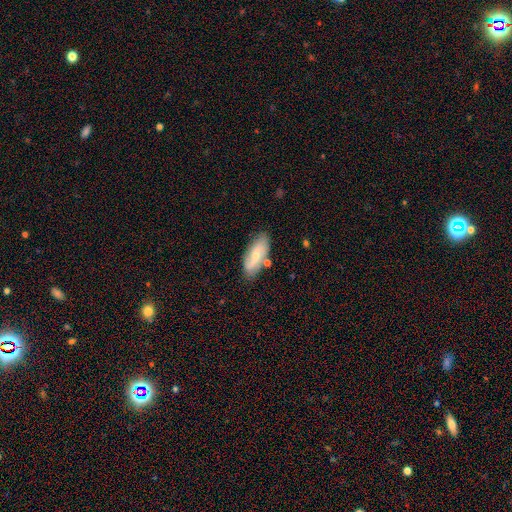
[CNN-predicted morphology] Q: Smooth or featured?
A: featured or disk (52%); runner-up: smooth (41%)
Q: Edge-on disk?
A: no (88%); runner-up: yes (12%)
Q: Merging?
A: none (73%); runner-up: minor disturbance (18%)